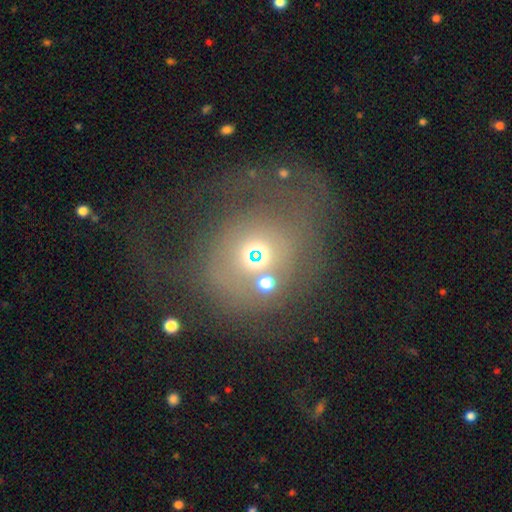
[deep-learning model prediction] A smooth galaxy with no disk features (38%). Merging: none (48%).